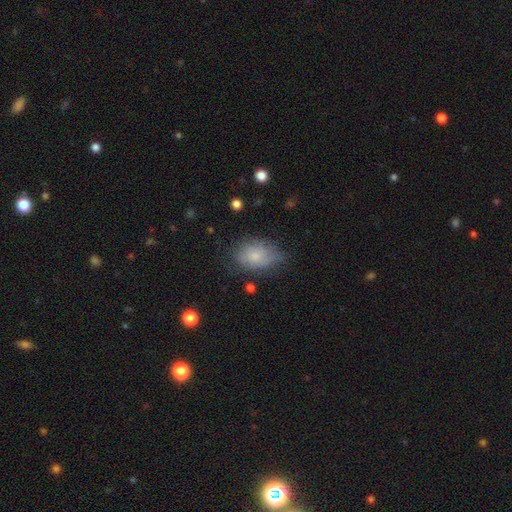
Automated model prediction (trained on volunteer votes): Smooth or featured? Predicted: smooth (p=0.74). How rounded? Predicted: in between (p=0.82). Merging? Predicted: none (p=0.56).